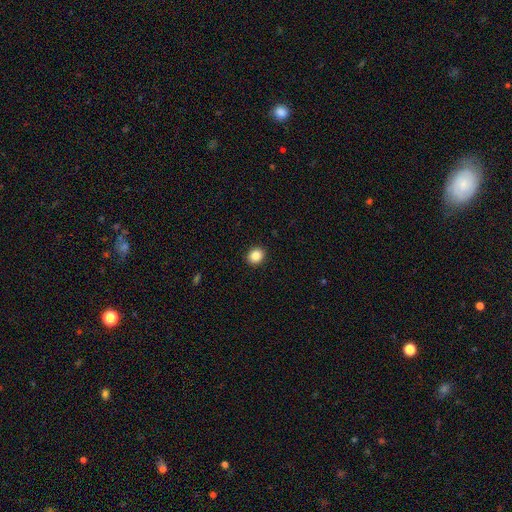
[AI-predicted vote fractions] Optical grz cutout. It shows a smooth galaxy with no disk features (86%) that is round (73%). Merging: none (92%).